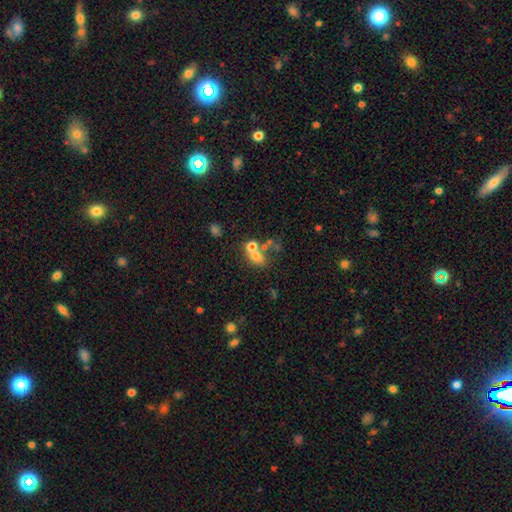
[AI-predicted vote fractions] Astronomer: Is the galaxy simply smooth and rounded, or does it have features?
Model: smooth — 65%.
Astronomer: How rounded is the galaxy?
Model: round — 52% (runner-up: in between, 46%).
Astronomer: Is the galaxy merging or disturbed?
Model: merger — 50% (runner-up: none, 34%).